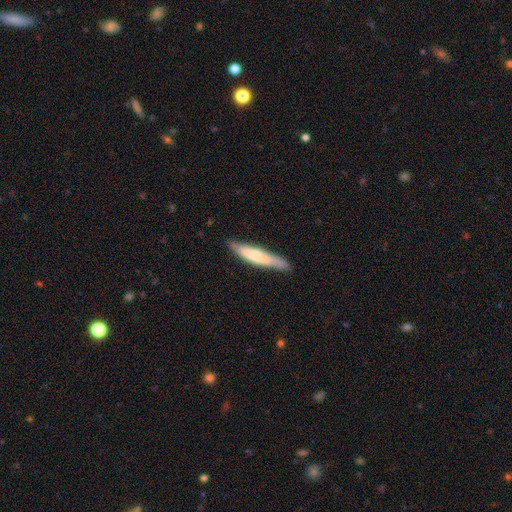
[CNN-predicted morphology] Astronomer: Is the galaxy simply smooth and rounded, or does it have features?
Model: smooth — 60%.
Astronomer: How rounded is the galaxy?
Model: cigar-shaped — 88%.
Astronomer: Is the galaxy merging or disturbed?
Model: none — 76%.